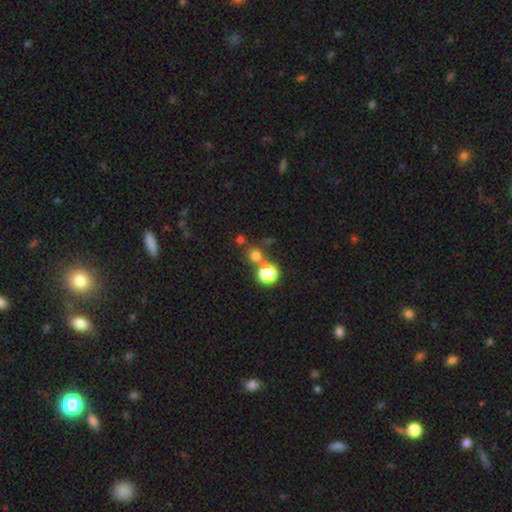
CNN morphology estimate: type=smooth (69%); roundness=round (91%); merging=none (70%).